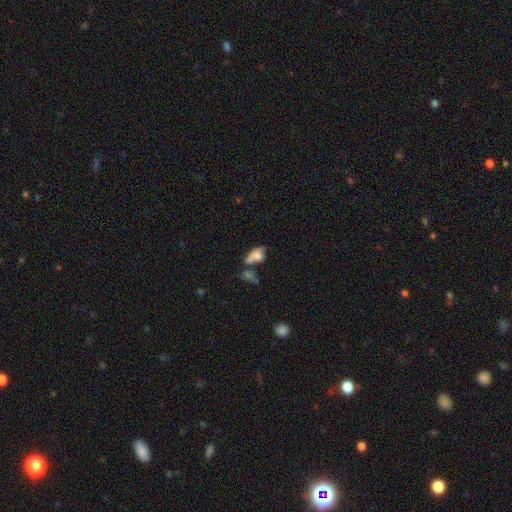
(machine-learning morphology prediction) smooth-or-featured: smooth: 69% | featured or disk: 20% | star or artifact: 10%
  how-rounded: in between: 83% | round: 10% | cigar-shaped: 7%
  merging: merger: 46% | none: 26% | minor disturbance: 15% | major disturbance: 13%